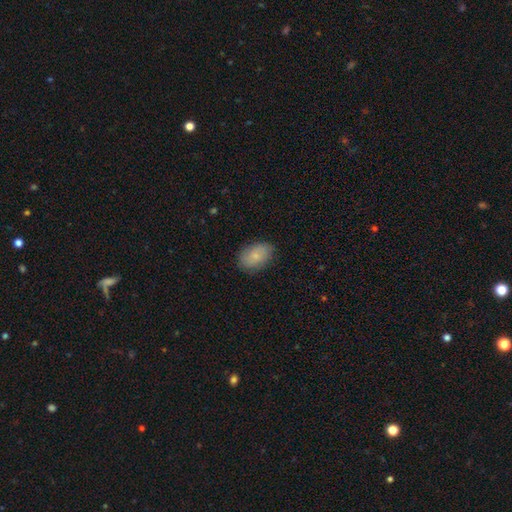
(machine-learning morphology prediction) A smooth galaxy with no disk features (82%) that is in between round and cigar-shaped (87%). Merging: none (83%).